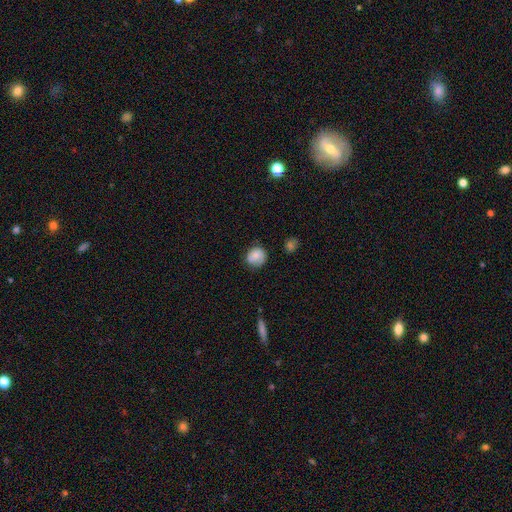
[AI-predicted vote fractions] A smooth galaxy with no disk features (77%) that is round (79%). Merging: none (69%).